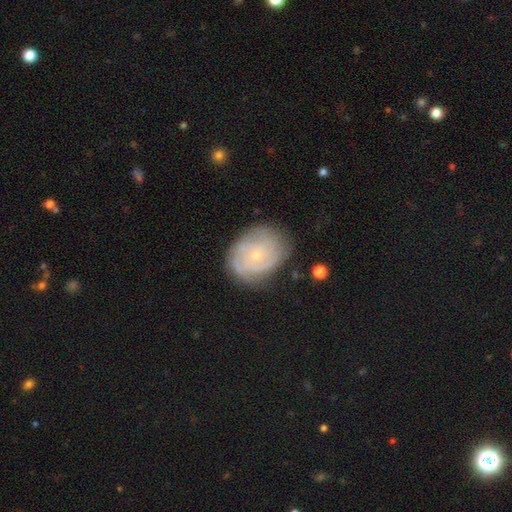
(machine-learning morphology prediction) featured or disk 74%, smooth 19%, star or artifact 7%. Down the decision tree: edge-on disk — no (97%); bar — no (80%); spiral arms — yes (92%); spiral arm count — can't tell (40%); spiral winding — tight (72%); bulge size — small (80%); merging — none (73%).